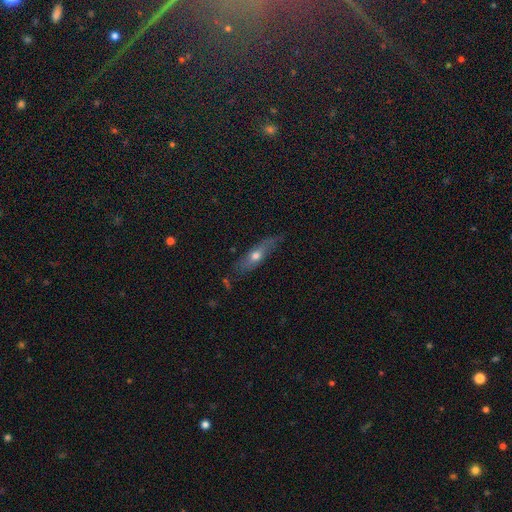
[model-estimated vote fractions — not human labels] smooth_or_featured: smooth (p=0.55) [alt: featured or disk p=0.38]
how_rounded: cigar-shaped (p=0.51) [alt: in between p=0.46]
merging: none (p=0.67) [alt: minor disturbance p=0.25]